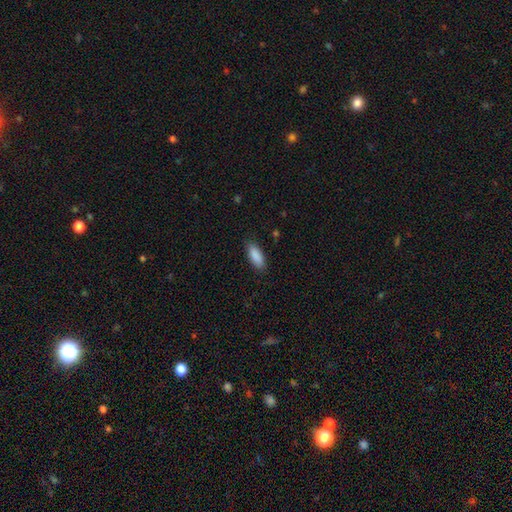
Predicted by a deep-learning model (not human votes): Smooth or featured? smooth (90%)
How rounded? in between (77%)
Merging? none (87%)